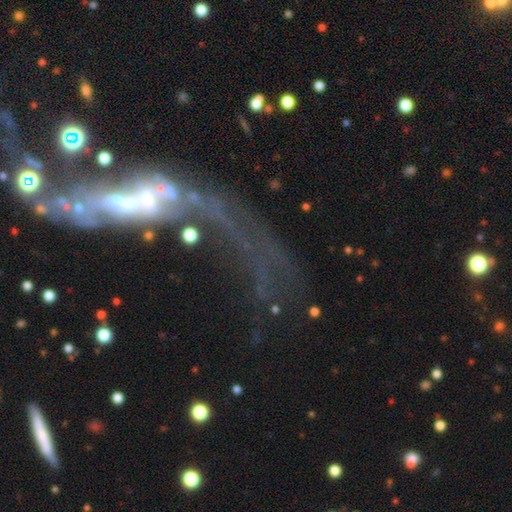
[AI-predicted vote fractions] smooth_or_featured: featured or disk (p=0.67) [alt: star or artifact p=0.17]
disk_edge_on: no (p=0.79) [alt: yes p=0.21]
bar: no (p=0.51) [alt: weak p=0.26]
has_spiral_arms: no (p=0.53) [alt: yes p=0.47]
bulge_size: none (p=0.33) [tied with: small p=0.33]
merging: major disturbance (p=0.46) [alt: merger p=0.23]